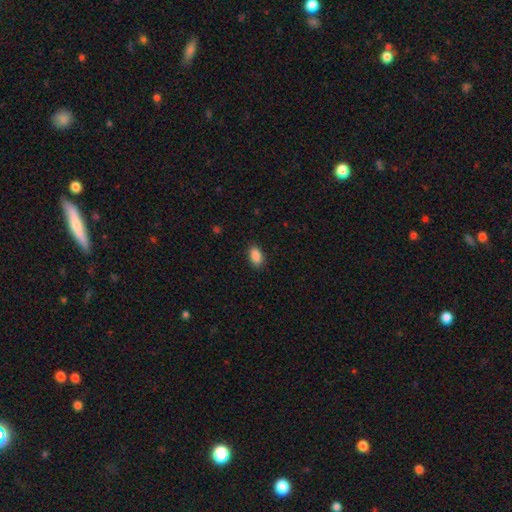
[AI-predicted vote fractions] Smooth or featured? smooth (89%)
How rounded? in between (92%)
Merging? none (87%)